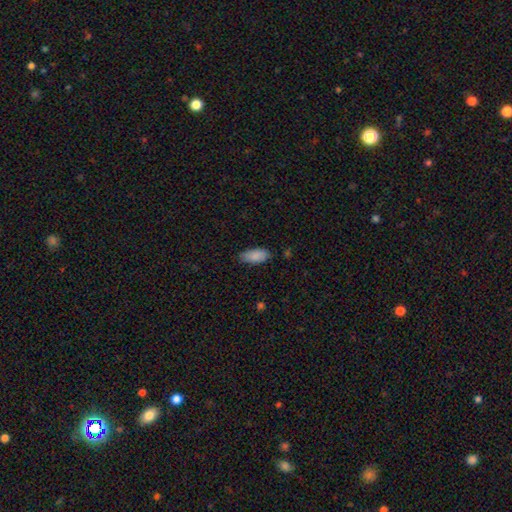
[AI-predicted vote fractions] A smooth galaxy with no disk features (87%) that is in between round and cigar-shaped (90%).

Vote fractions:
- Smooth or featured? smooth: 87% / star or artifact: 7% / featured or disk: 6%
- How rounded? in between: 90% / cigar-shaped: 8% / round: 2%
- Merging? none: 76% / minor disturbance: 19% / major disturbance: 3% / merger: 1%